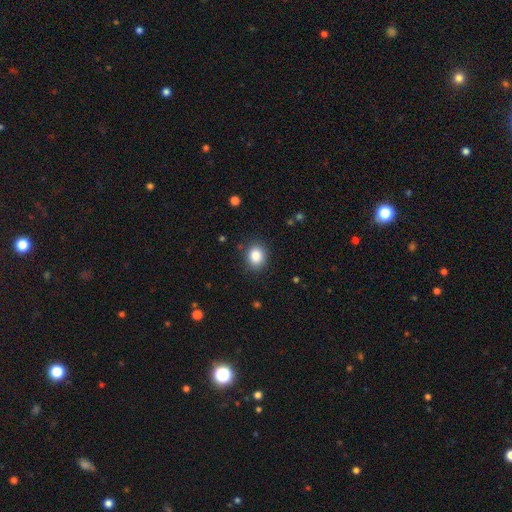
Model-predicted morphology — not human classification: A smooth galaxy with no disk features (86%) that is round (61%). Merging: none (86%).